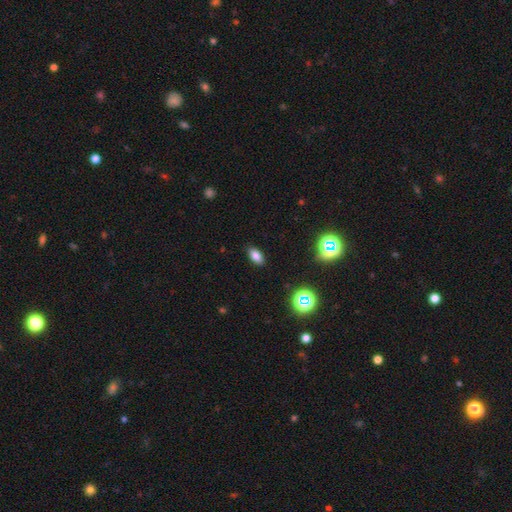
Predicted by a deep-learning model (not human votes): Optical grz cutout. It shows a smooth galaxy with no disk features (79%) that is in between round and cigar-shaped (89%). Merging: none (89%).